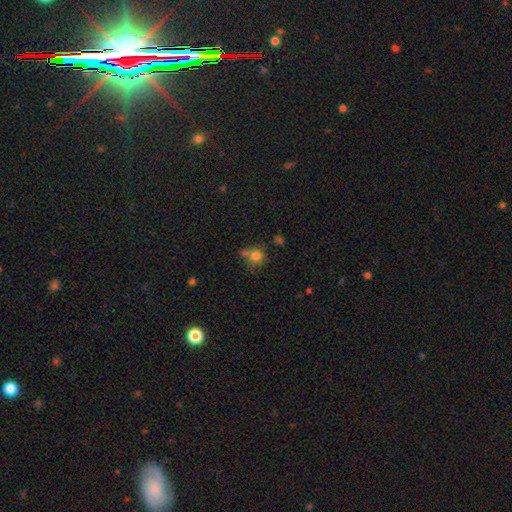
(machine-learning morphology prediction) A smooth galaxy with no disk features (76%) that is round (80%).

Vote fractions:
- Smooth or featured? smooth: 76% / star or artifact: 13% / featured or disk: 10%
- How rounded? round: 80% / in between: 19% / cigar-shaped: 1%
- Merging? none: 51% / merger: 23% / minor disturbance: 18% / major disturbance: 8%